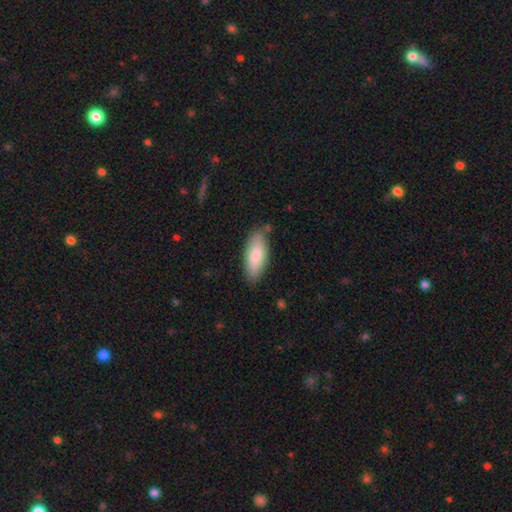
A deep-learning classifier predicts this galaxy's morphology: smooth 82%, featured or disk 13%, star or artifact 5%. Down the decision tree: how rounded — in between (77%); merging — none (81%).